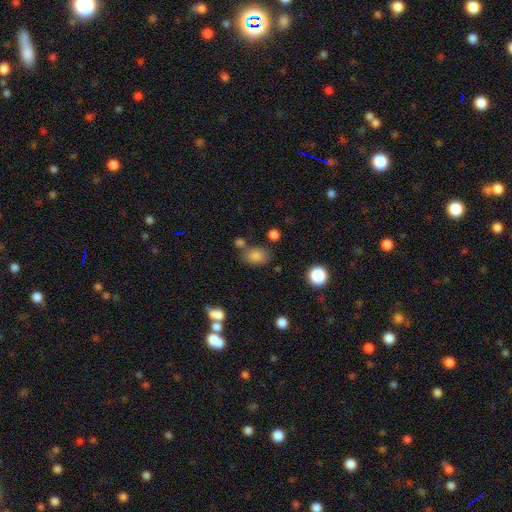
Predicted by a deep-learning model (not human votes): This is clearly a smooth galaxy (81%). How rounded: likely in between (72%). Merging: likely none (64%).